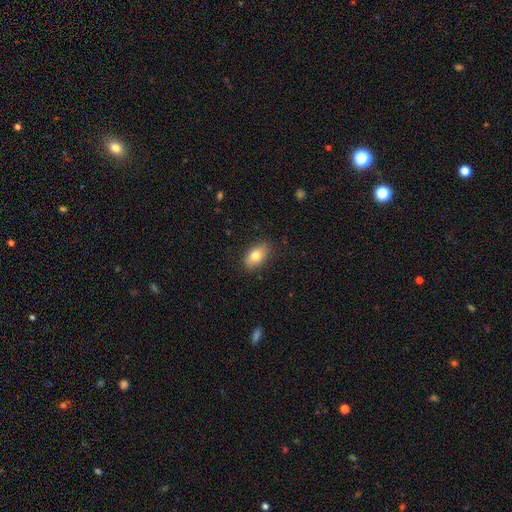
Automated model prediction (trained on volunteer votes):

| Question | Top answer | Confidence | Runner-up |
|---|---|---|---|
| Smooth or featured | smooth | 79% | featured or disk (13%) |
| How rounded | in between | 88% | round (9%) |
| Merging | none | 85% | minor disturbance (11%) |